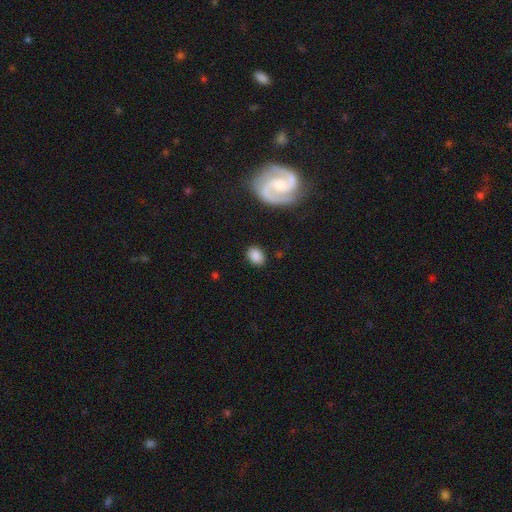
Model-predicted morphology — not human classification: A smooth galaxy with no disk features (83%) that is in between round and cigar-shaped (71%). Merging: none (83%).